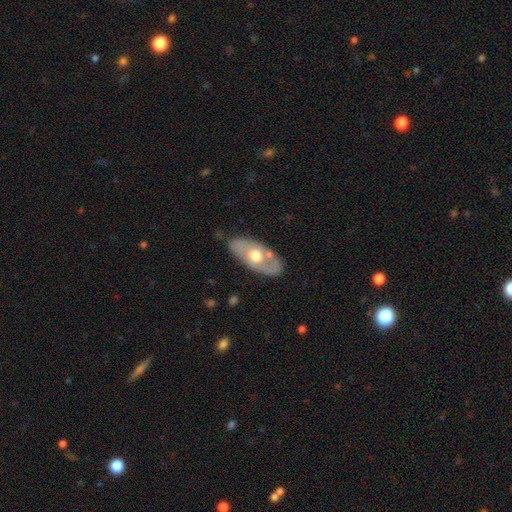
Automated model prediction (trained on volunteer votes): featured or disk 54%, smooth 41%, star or artifact 5%. Down the decision tree: edge-on disk — no (81%); merging — none (75%).